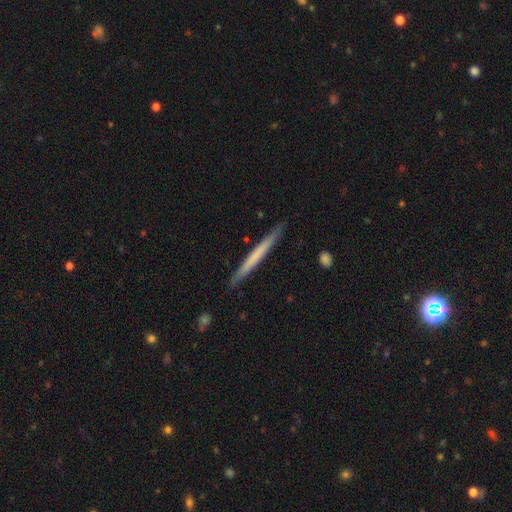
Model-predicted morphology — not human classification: This appears to be a smooth galaxy with no disk features (54%) that is cigar-shaped (97%). Merging: none (90%).